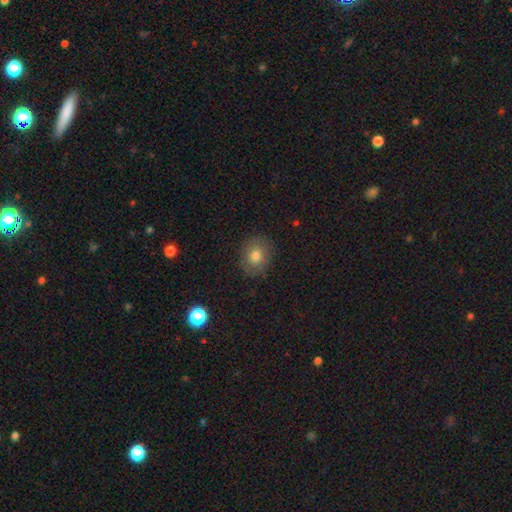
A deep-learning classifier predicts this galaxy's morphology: type=smooth (76%); roundness=round (60%); merging=none (85%).